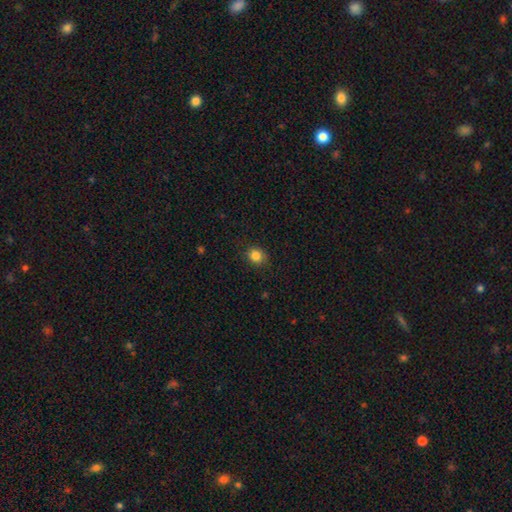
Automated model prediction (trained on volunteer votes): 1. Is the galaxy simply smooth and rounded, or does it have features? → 84% smooth, 11% star or artifact, 5% featured or disk.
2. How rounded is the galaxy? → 76% round, 23% in between, 1% cigar-shaped.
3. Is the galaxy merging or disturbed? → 84% none, 12% minor disturbance, 3% major disturbance, 1% merger.